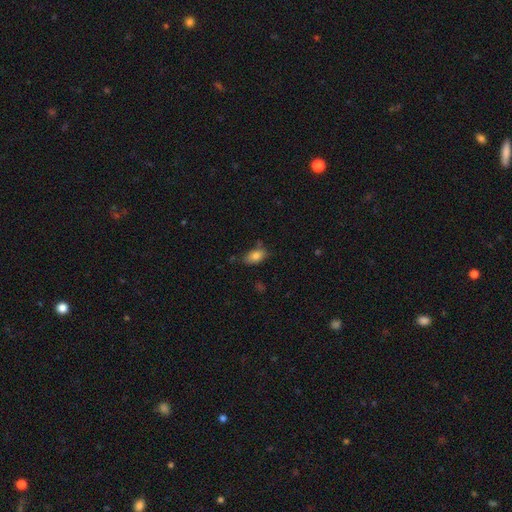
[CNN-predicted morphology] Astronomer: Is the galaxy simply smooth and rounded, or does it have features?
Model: smooth — 82%.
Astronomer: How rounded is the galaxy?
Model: in between — 90%.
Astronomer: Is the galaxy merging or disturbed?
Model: none — 72%.